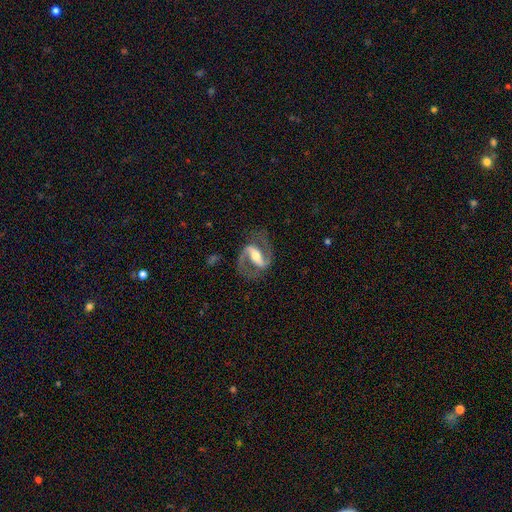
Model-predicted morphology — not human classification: Smooth or featured? Predicted: featured or disk (p=0.90). Edge-on disk? Predicted: no (p=0.96). Bar? Predicted: strong (p=0.56). Spiral arms? Predicted: yes (p=0.97). Spiral winding? Predicted: medium (p=0.57). Spiral arm count? Predicted: 2 (p=0.93). Bulge size? Predicted: moderate (p=0.61). Merging? Predicted: none (p=0.78).